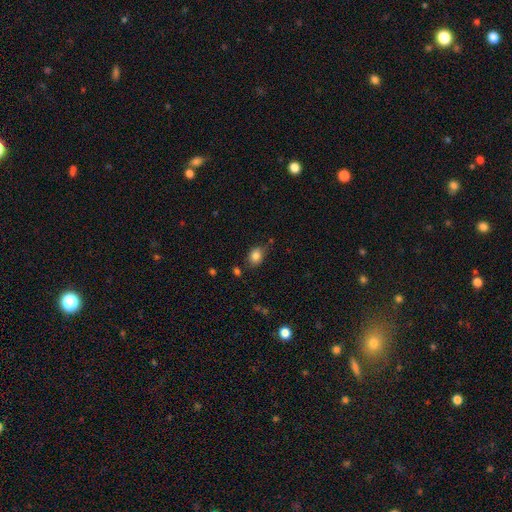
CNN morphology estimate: The model was most divided on "how rounded": in between: 64%, round: 35%, cigar-shaped: 1%. More confident: smooth or featured — smooth (84%); merging — none (72%).